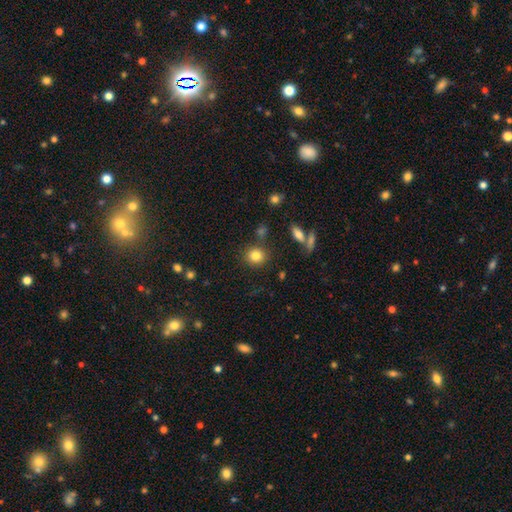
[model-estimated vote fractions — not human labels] Smooth or featured: smooth — 82% (star or artifact — 11%)
How rounded: round — 81% (in between — 18%)
Merging: none — 81% (minor disturbance — 10%)